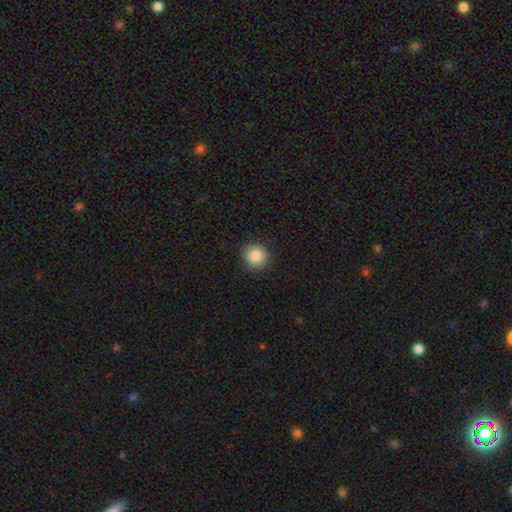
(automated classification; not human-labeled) Smooth or featured? smooth (86%)
How rounded? round (91%)
Merging? none (90%)